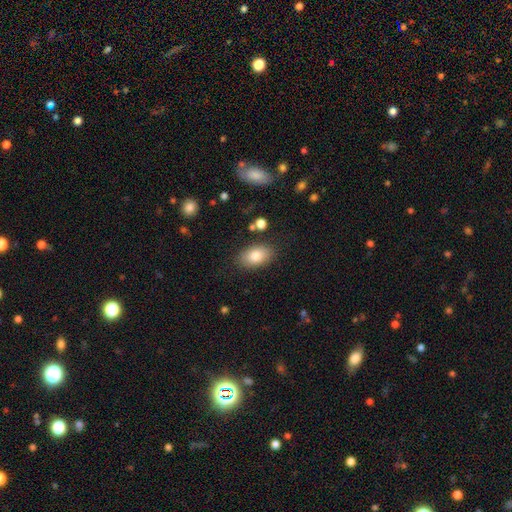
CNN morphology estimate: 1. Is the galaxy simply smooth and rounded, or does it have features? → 81% smooth, 11% featured or disk, 8% star or artifact.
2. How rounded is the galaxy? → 89% in between, 9% round, 2% cigar-shaped.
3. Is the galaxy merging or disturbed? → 84% none, 11% minor disturbance, 3% major disturbance, 2% merger.